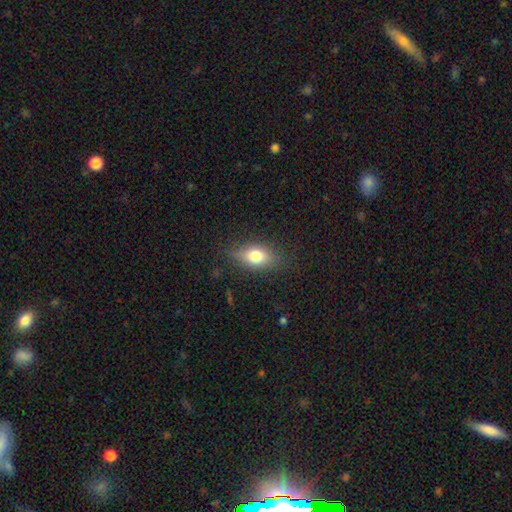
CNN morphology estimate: smooth_or_featured: smooth (p=0.73) [alt: featured or disk p=0.17]
how_rounded: in between (p=0.79) [alt: round p=0.12]
merging: none (p=0.79) [alt: minor disturbance p=0.15]